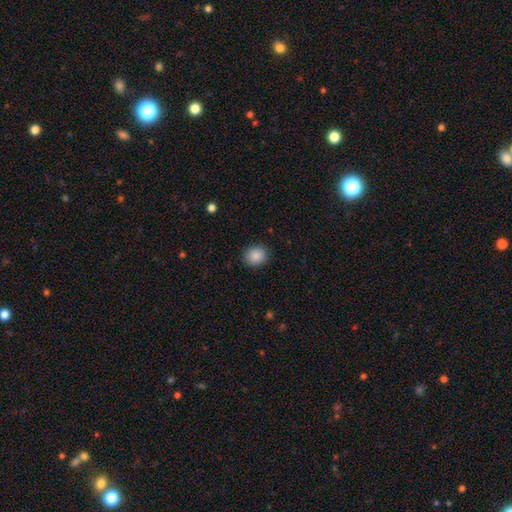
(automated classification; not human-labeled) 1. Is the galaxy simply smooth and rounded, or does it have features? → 88% smooth, 8% star or artifact, 4% featured or disk.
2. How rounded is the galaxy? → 70% round, 29% in between, 1% cigar-shaped.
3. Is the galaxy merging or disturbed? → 89% none, 8% minor disturbance, 2% major disturbance, 1% merger.